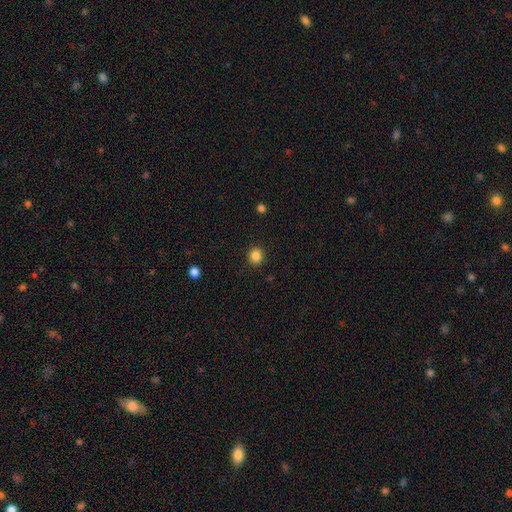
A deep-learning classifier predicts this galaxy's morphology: Overall: smooth (85%). How rounded: round (84%). Merging: none (91%).